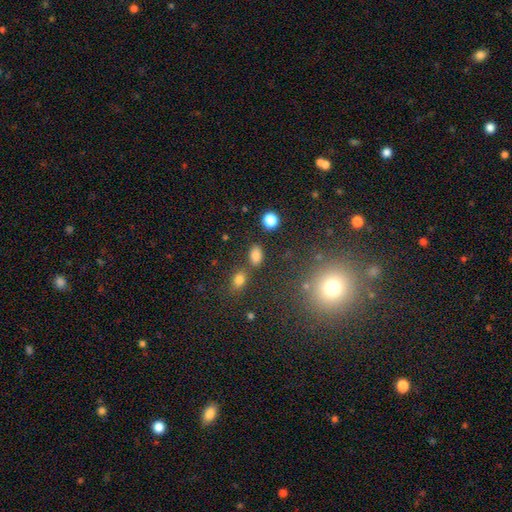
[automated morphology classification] Overall: smooth (80%). How rounded: in between (81%). Merging: none (74%).